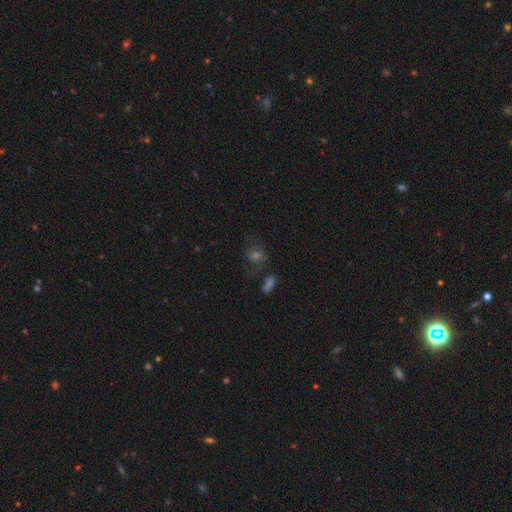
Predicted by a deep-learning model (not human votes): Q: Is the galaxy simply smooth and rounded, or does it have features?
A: smooth — 46%.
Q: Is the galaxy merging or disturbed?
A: none — 63%.